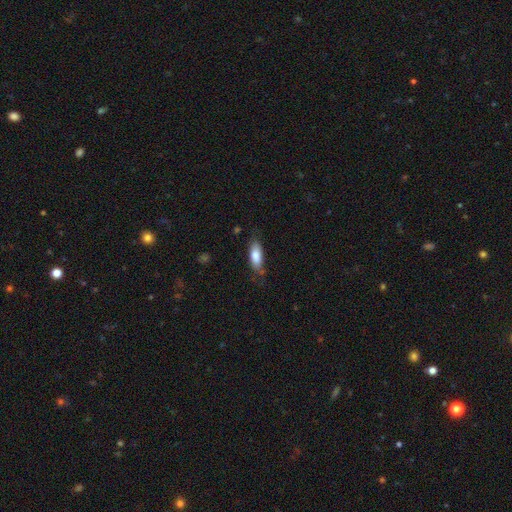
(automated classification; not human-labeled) Q: Smooth or featured?
A: smooth (81%); runner-up: featured or disk (12%)
Q: How rounded?
A: in between (73%); runner-up: cigar-shaped (25%)
Q: Merging?
A: none (68%); runner-up: minor disturbance (23%)